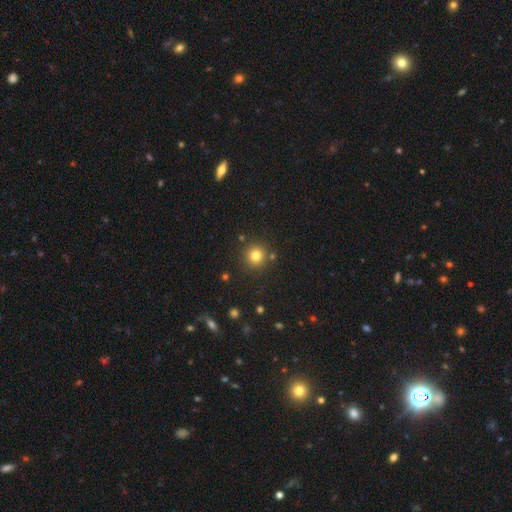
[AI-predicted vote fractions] Smooth or featured?
  - smooth: 80% *
  - star or artifact: 13%
  - featured or disk: 6%
How rounded?
  - round: 94% *
  - in between: 5%
  - cigar-shaped: 1%
Merging?
  - none: 86% *
  - minor disturbance: 7%
  - merger: 4%
  - major disturbance: 3%